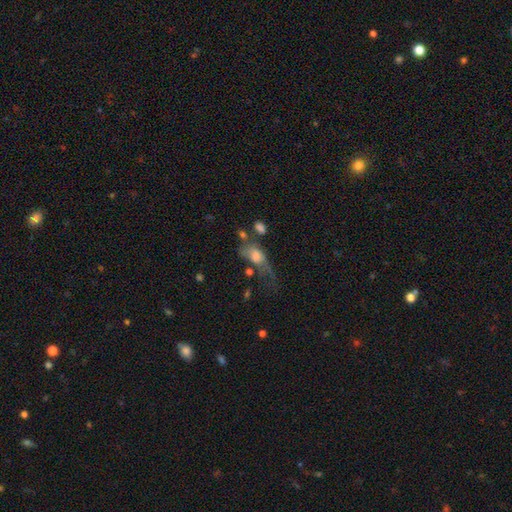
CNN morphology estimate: The model was most divided on "smooth or featured": smooth: 51%, featured or disk: 37%, star or artifact: 12%. Remaining: how rounded — in between (71%); merging — major disturbance (47%).